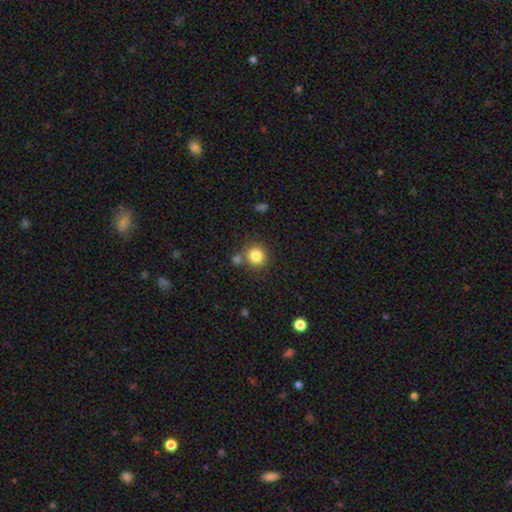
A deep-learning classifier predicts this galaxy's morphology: The model was most divided on "merging": none: 73%, merger: 15%, minor disturbance: 9%, major disturbance: 3%. More confident: how rounded — round (91%); smooth or featured — smooth (84%).